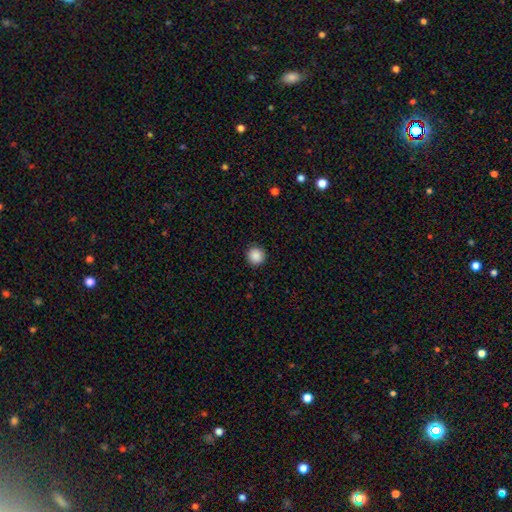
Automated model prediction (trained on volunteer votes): Smooth or featured? Predicted: smooth (p=0.89). How rounded? Predicted: round (p=0.95). Merging? Predicted: none (p=0.92).